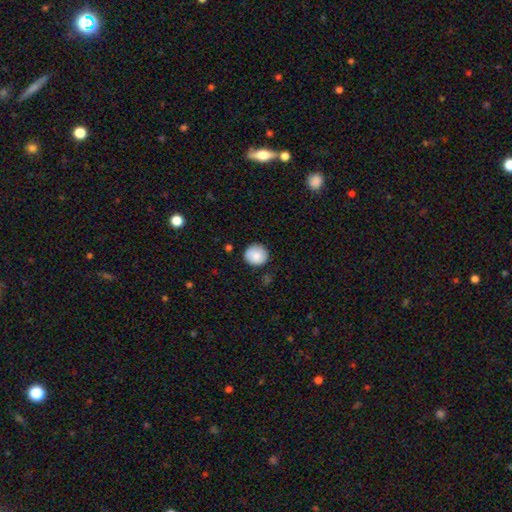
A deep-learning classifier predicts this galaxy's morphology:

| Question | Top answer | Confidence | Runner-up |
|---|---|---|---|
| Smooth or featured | smooth | 84% | featured or disk (8%) |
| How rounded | round | 88% | in between (11%) |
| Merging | none | 83% | minor disturbance (13%) |